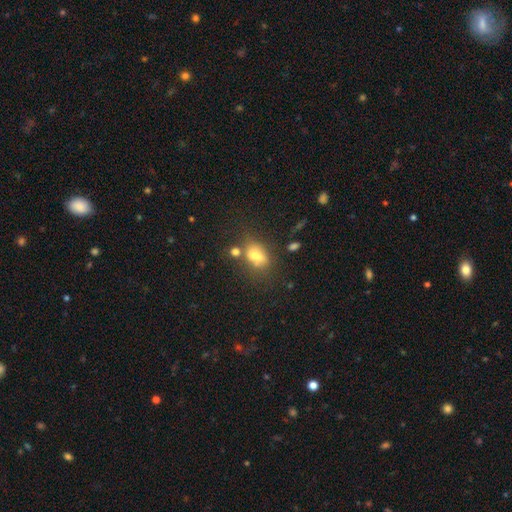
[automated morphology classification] type=smooth (66%); roundness=in between (73%); merging=none (44%).